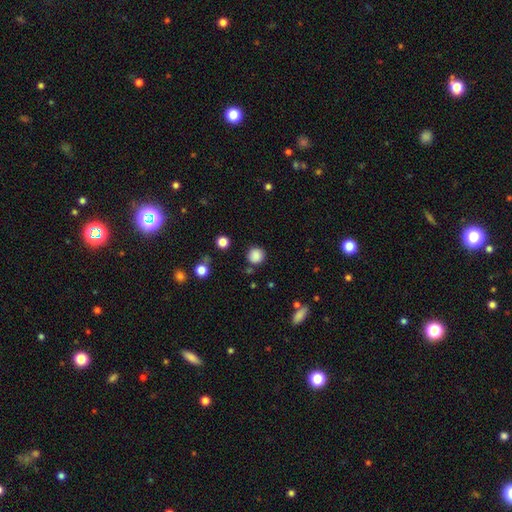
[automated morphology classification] The model was most divided on "merging": none: 83%, minor disturbance: 10%, merger: 3%, major disturbance: 3%. More confident: how rounded — round (92%); smooth or featured — smooth (86%).